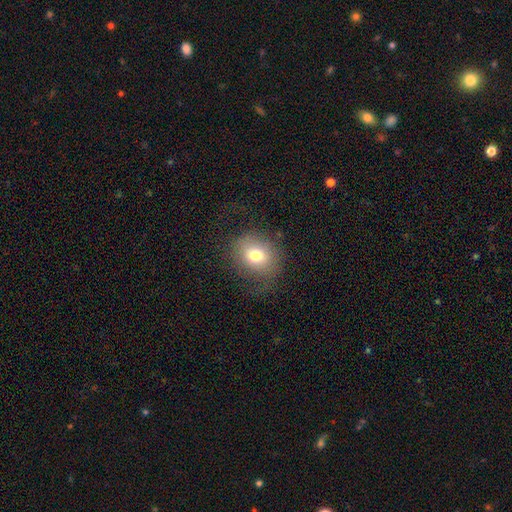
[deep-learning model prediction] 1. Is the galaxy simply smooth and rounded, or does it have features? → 74% smooth, 14% featured or disk, 12% star or artifact.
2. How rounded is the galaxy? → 63% round, 36% in between, 1% cigar-shaped.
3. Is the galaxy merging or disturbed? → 67% none, 19% minor disturbance, 13% major disturbance, 1% merger.